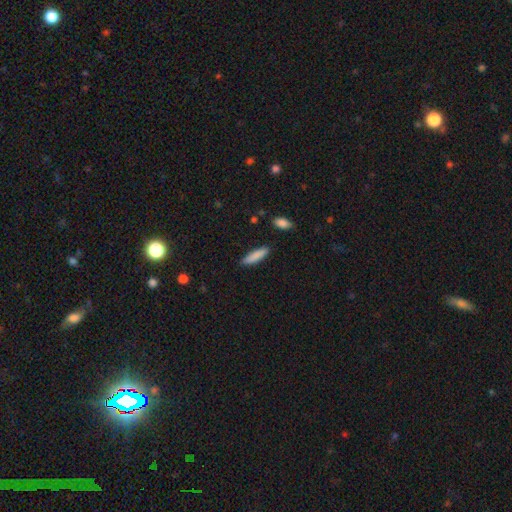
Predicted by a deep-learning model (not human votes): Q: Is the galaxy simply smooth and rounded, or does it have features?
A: smooth — 86%.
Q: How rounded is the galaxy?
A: cigar-shaped — 72%.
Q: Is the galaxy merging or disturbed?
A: none — 88%.